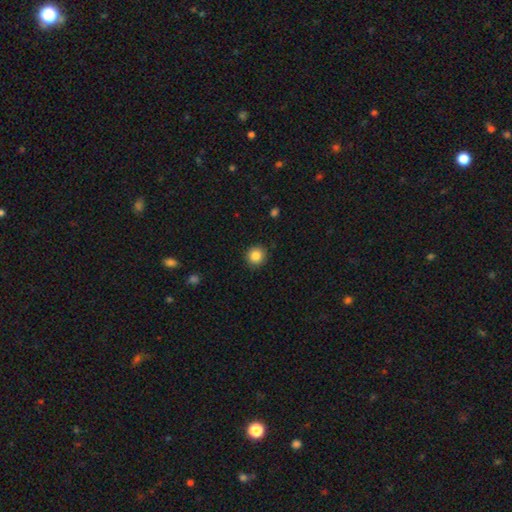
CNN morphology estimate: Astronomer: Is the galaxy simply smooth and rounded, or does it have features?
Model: smooth — 85%.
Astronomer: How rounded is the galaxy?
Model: round — 92%.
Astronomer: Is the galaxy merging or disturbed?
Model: none — 90%.